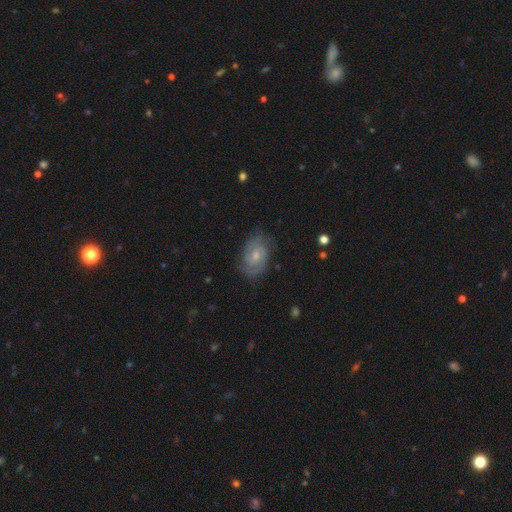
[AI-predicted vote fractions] Overall: featured or disk (83%). Edge-on disk: no (97%). Bar: no (51%; weak 42%). Spiral arms: yes (96%). Spiral arm count: 2 (83%). Spiral winding: tight (53%; medium 39%). Bulge size: small (49%; moderate 45%). Merging: none (79%).